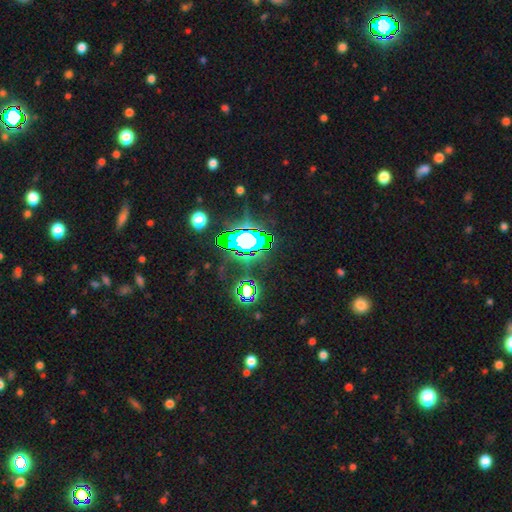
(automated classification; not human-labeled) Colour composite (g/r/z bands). It shows a star or artifact, not a galaxy (81%).